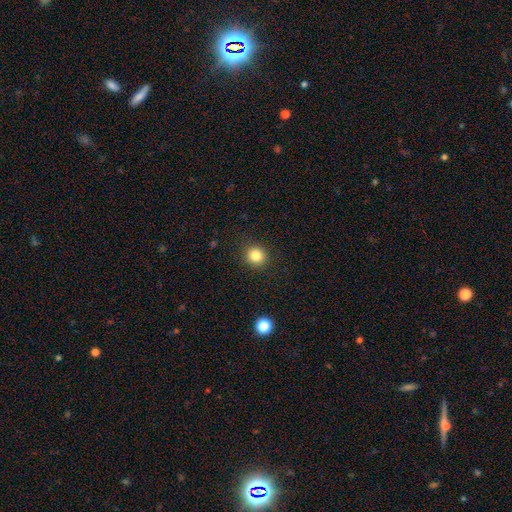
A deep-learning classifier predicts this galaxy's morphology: This is clearly a smooth galaxy (83%). How rounded: clearly round (90%). Merging: clearly none (91%).